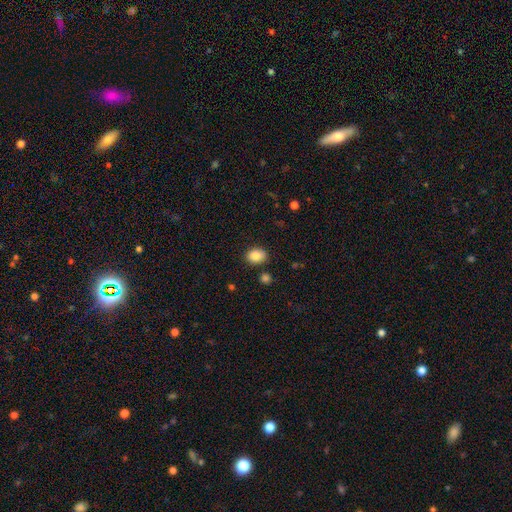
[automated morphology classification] Smooth or featured?
  - smooth: 86% *
  - star or artifact: 9%
  - featured or disk: 5%
How rounded?
  - in between: 63% *
  - round: 36%
  - cigar-shaped: 1%
Merging?
  - none: 84% *
  - minor disturbance: 10%
  - merger: 3%
  - major disturbance: 3%